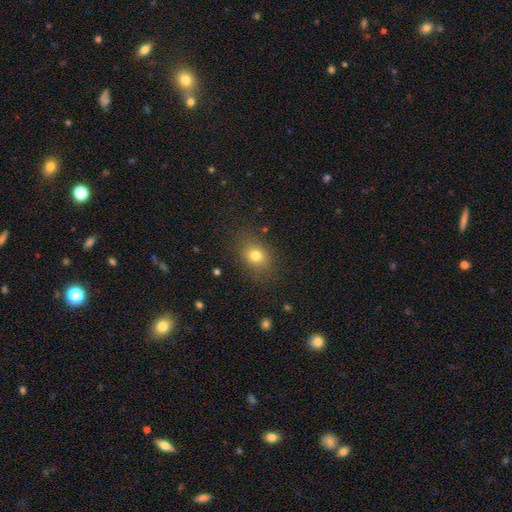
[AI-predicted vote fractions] Smooth or featured? Predicted: smooth (p=0.77). How rounded? Predicted: in between (p=0.56). Merging? Predicted: none (p=0.80).